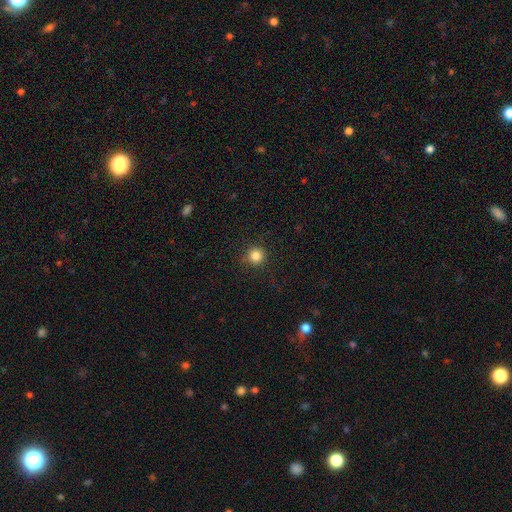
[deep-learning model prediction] smooth-or-featured: smooth: 84% | star or artifact: 12% | featured or disk: 4%
  how-rounded: round: 95% | in between: 4% | cigar-shaped: 1%
  merging: none: 90% | minor disturbance: 6% | major disturbance: 2% | merger: 1%